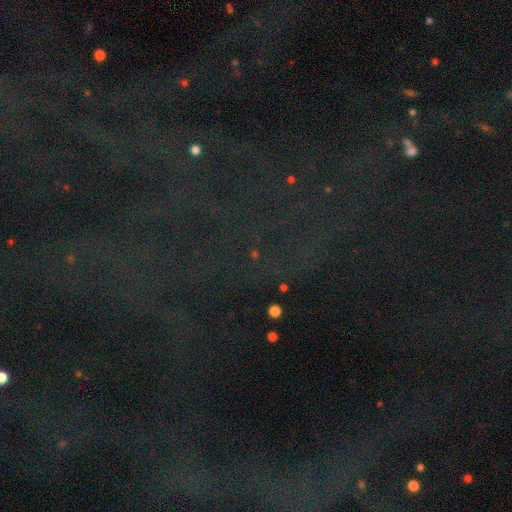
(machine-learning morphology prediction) This is clearly a star or artifact rather than a galaxy (81%).